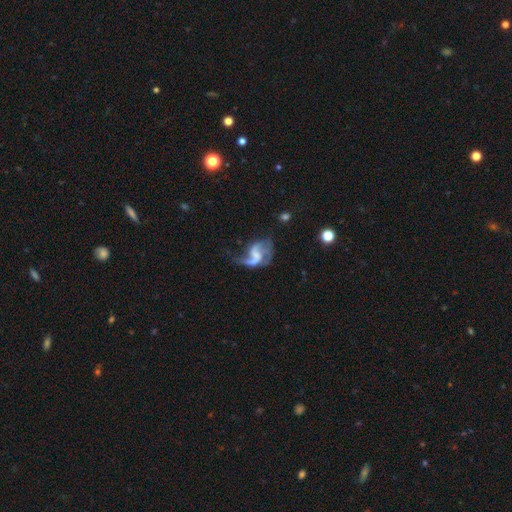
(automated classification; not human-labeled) A featured or disk galaxy (81%) with a weak bar (43%), 2 (66%) loose (64%) spiral arms (91%) and no central bulge (51%).

Vote fractions:
- Smooth or featured? featured or disk: 81% / smooth: 12% / star or artifact: 7%
- Edge-on disk? no: 98% / yes: 2%
- Bar? weak: 43% / no: 42% / strong: 15%
- Spiral arms? yes: 91% / no: 9%
- Spiral winding? loose: 64% / medium: 30% / tight: 7%
- Spiral arm count? 2: 66% / 1: 12% / 3: 9% / can't tell: 7% / 4: 3% / more than 4: 3%
- Bulge size? none: 51% / small: 26% / moderate: 16% / large: 5% / dominant: 2%
- Merging? major disturbance: 39% / none: 36% / minor disturbance: 19% / merger: 6%